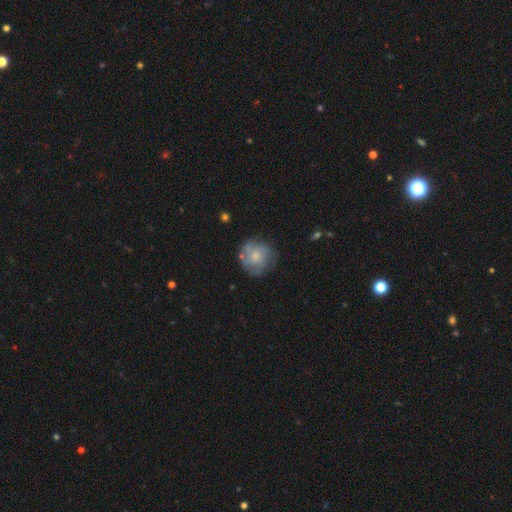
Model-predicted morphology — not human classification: A smooth galaxy with no disk features (53%) that is round (89%). Merging: none (70%).